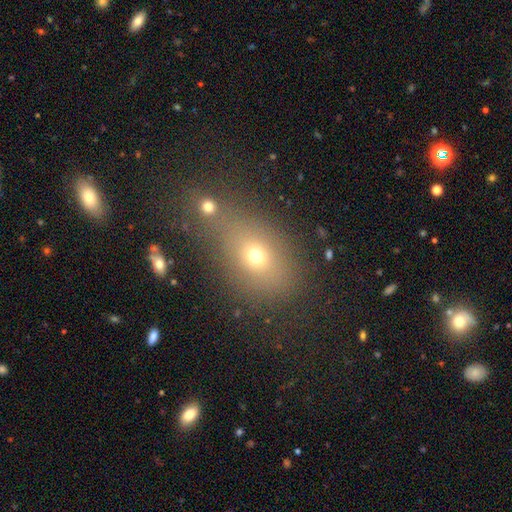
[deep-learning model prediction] A smooth galaxy with no disk features (66%) that is in between round and cigar-shaped (57%). Merging: none (51%).